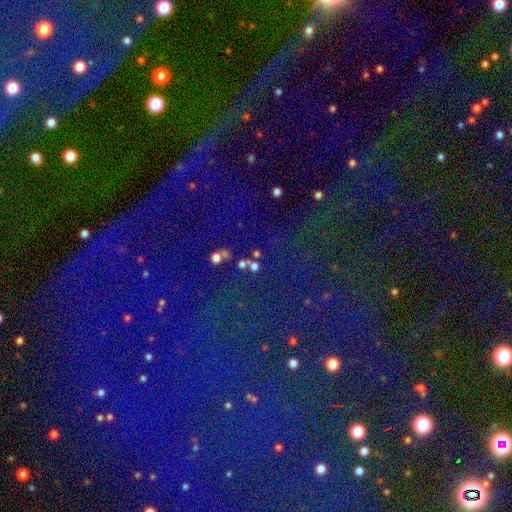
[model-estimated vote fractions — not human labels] Smooth or featured? star or artifact (83%)